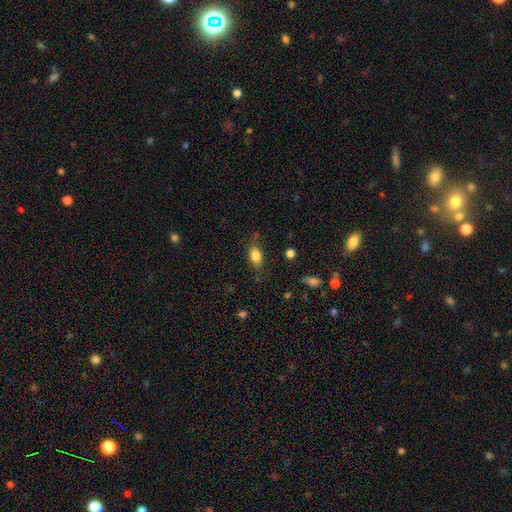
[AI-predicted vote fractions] The model was most divided on "merging": none: 74%, minor disturbance: 19%, major disturbance: 5%, merger: 2%. More confident: how rounded — in between (85%); smooth or featured — smooth (82%).